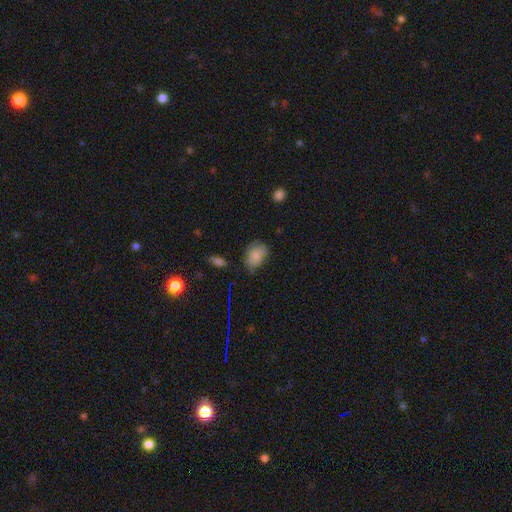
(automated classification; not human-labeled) Smooth or featured? Predicted: smooth (p=0.81). How rounded? Predicted: in between (p=0.75). Merging? Predicted: none (p=0.63).